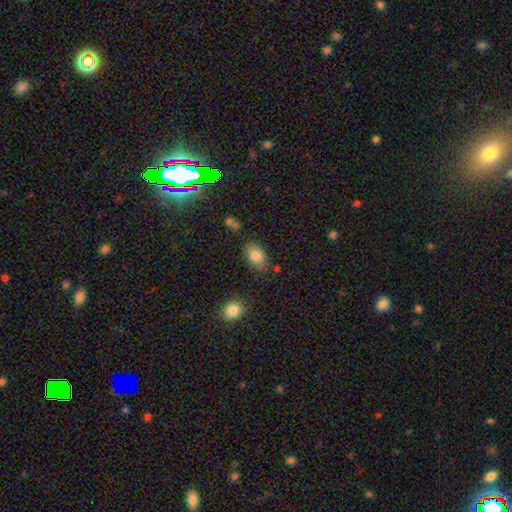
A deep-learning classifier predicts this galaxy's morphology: Smooth or featured? Predicted: smooth (p=0.80). How rounded? Predicted: in between (p=0.87). Merging? Predicted: none (p=0.78).